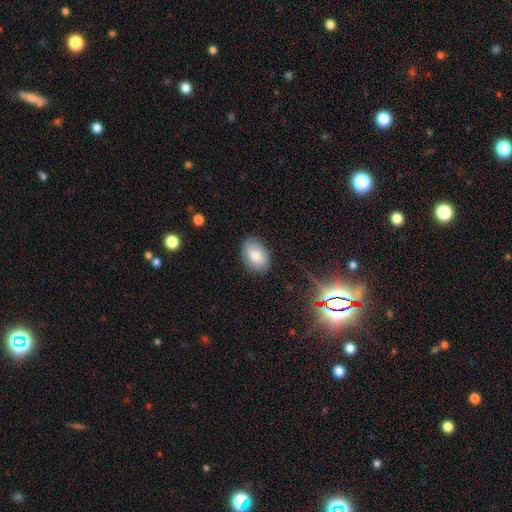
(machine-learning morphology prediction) The model was most divided on "smooth or featured": smooth: 75%, featured or disk: 17%, star or artifact: 9%. More confident: how rounded — in between (86%); merging — none (80%).